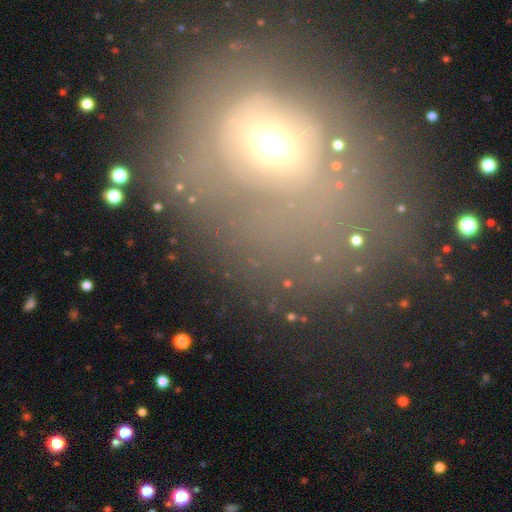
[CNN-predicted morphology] Smooth or featured? smooth (41%)
Merging? none (58%)